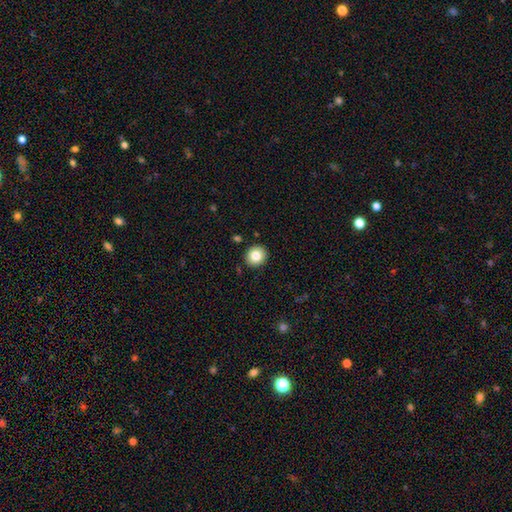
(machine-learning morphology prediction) smooth 82%, star or artifact 9%, featured or disk 8%. Down the decision tree: how rounded — round (87%); merging — none (91%).